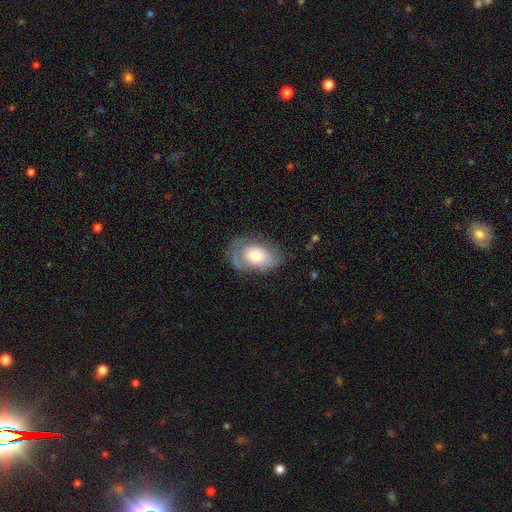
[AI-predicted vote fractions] A smooth galaxy with no disk features (58%) that is in between round and cigar-shaped (86%). Merging: none (55%).